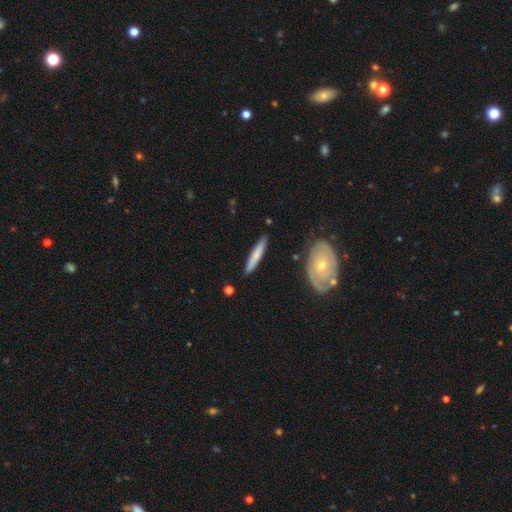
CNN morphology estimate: smooth-or-featured: smooth: 65% | featured or disk: 31% | star or artifact: 5%
  how-rounded: cigar-shaped: 90% | in between: 9% | round: 2%
  merging: none: 88% | minor disturbance: 8% | merger: 2% | major disturbance: 2%